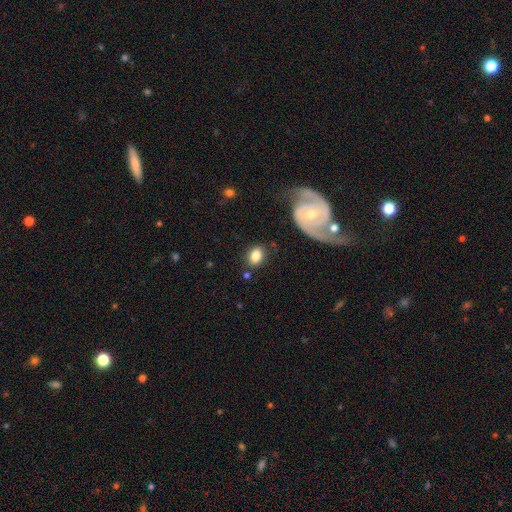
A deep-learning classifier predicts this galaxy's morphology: The model was most divided on "how rounded": in between: 75%, round: 23%, cigar-shaped: 2%. More confident: smooth or featured — smooth (81%); merging — none (77%).